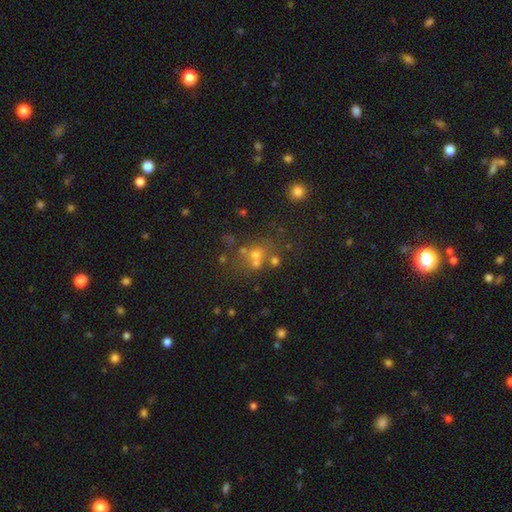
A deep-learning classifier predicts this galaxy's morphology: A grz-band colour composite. It shows a smooth galaxy with no disk features (48%). Merging: none (45%).